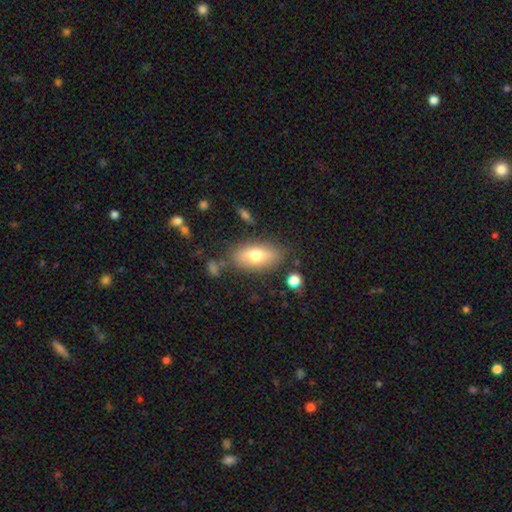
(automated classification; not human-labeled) smooth_or_featured: smooth (p=0.69) [alt: featured or disk p=0.23]
how_rounded: in between (p=0.85) [alt: cigar-shaped p=0.10]
merging: none (p=0.74) [alt: minor disturbance p=0.16]